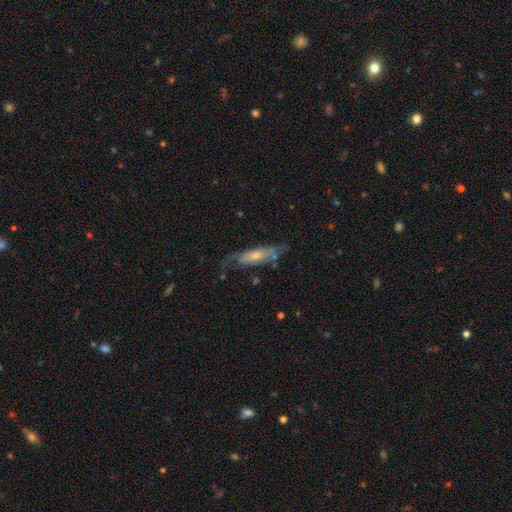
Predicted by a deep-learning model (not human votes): Overall: featured or disk (59%; smooth 35%). Edge-on disk: no (64%; yes 36%). Merging: none (52%; minor disturbance 26%).